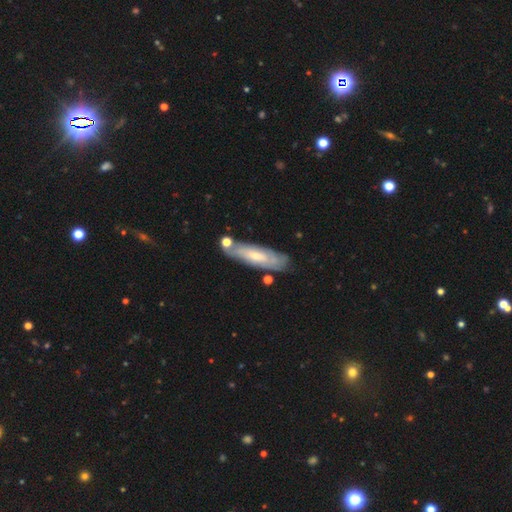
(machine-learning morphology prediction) Overall: featured or disk (61%; smooth 33%). Edge-on disk: no (70%). Merging: none (71%).